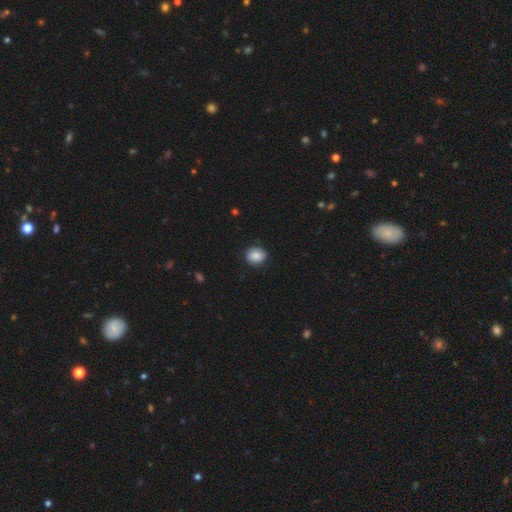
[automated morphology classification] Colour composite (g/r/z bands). It shows a smooth galaxy with no disk features (85%) that is round (71%). Merging: none (85%).